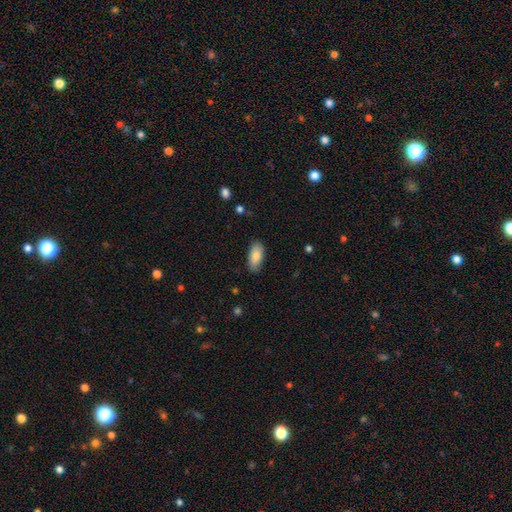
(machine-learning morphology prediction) Smooth or featured? smooth (84%)
How rounded? in between (89%)
Merging? none (84%)